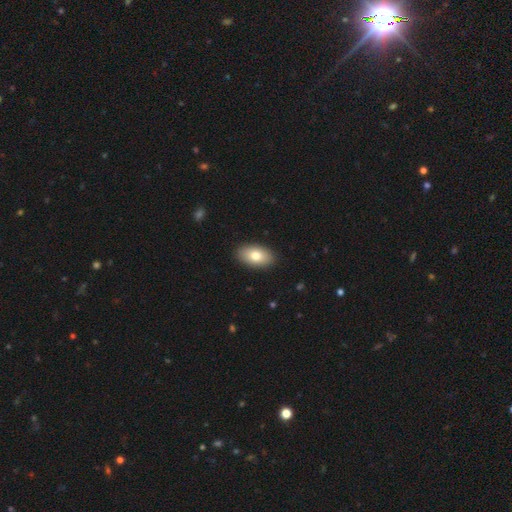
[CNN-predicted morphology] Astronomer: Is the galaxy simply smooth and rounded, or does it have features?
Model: smooth — 79%.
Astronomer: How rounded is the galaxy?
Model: in between — 94%.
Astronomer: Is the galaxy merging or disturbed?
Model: none — 90%.